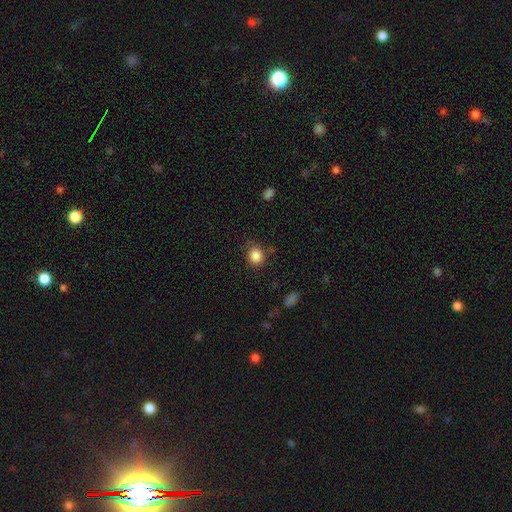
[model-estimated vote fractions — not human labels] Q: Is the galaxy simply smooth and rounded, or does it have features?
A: smooth — 86%.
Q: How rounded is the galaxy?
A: round — 83%.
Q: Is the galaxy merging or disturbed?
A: none — 80%.